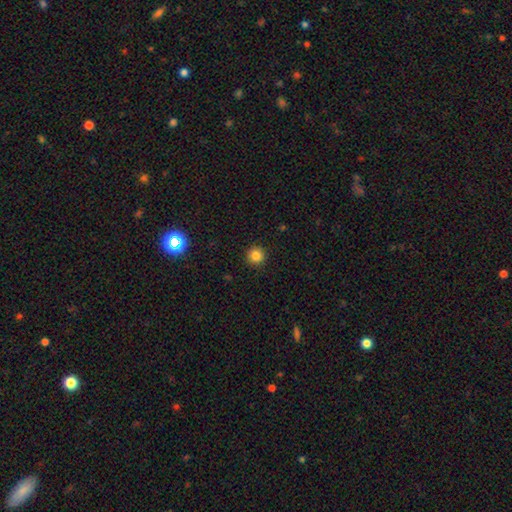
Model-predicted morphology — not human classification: smooth 83%, star or artifact 13%, featured or disk 5%. Down the decision tree: how rounded — round (95%); merging — none (92%).